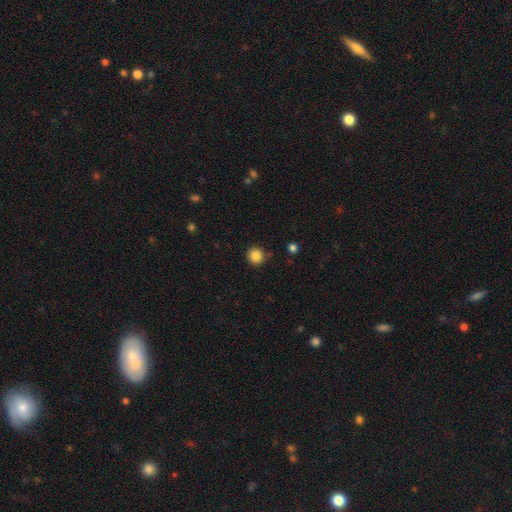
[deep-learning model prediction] Overall: smooth (85%). How rounded: round (93%). Merging: none (87%).